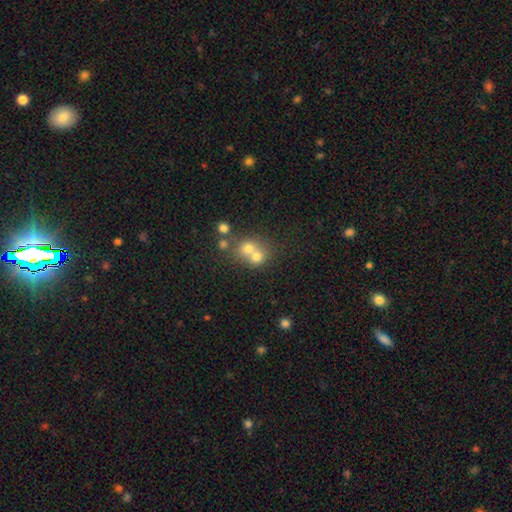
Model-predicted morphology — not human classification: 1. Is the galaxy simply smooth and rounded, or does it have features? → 66% smooth, 20% featured or disk, 14% star or artifact.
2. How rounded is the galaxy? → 77% round, 22% in between, 1% cigar-shaped.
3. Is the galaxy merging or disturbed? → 61% merger, 30% none, 5% minor disturbance, 3% major disturbance.